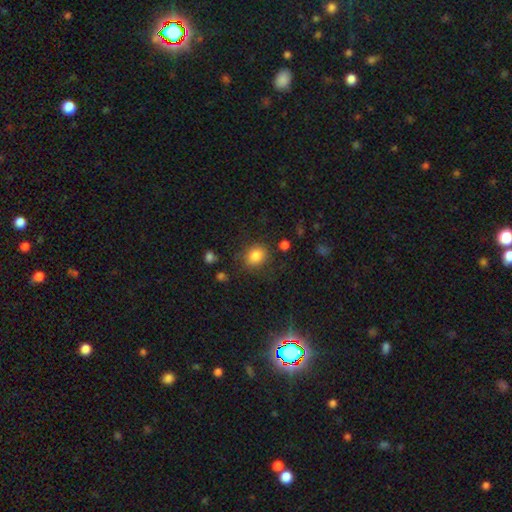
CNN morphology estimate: Smooth or featured? smooth (83%)
How rounded? round (67%)
Merging? none (79%)